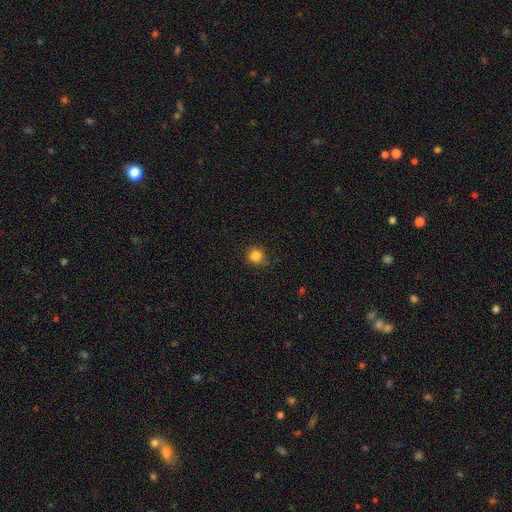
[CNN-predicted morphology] smooth 84%, star or artifact 12%, featured or disk 4%. Down the decision tree: how rounded — round (91%); merging — none (84%).